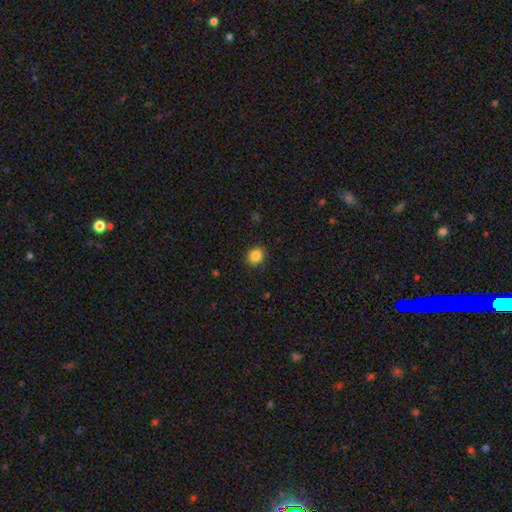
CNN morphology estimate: Overall: smooth (86%). How rounded: round (73%). Merging: none (89%).